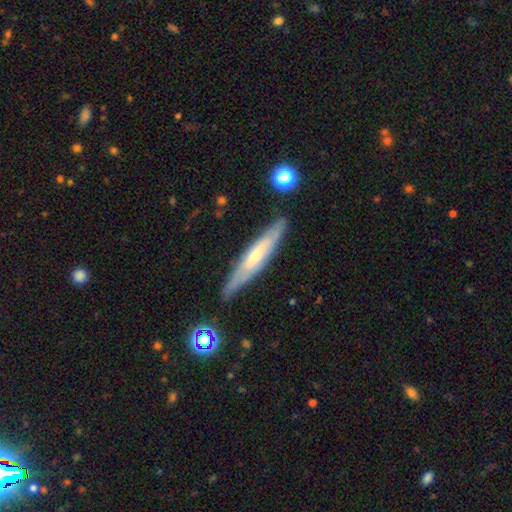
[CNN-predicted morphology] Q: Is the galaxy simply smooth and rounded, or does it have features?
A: featured or disk — 57%.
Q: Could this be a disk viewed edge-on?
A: yes — 79%.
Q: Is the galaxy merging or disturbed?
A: none — 83%.